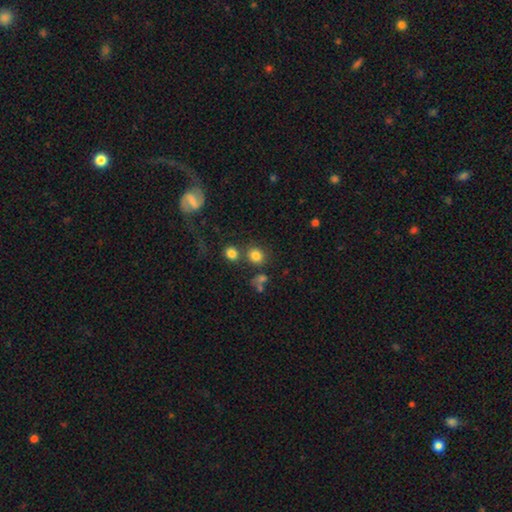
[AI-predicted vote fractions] A smooth galaxy with no disk features (80%) that is round (77%).

Vote fractions:
- Smooth or featured? smooth: 80% / star or artifact: 13% / featured or disk: 7%
- How rounded? round: 77% / in between: 22% / cigar-shaped: 1%
- Merging? none: 67% / merger: 17% / minor disturbance: 10% / major disturbance: 5%